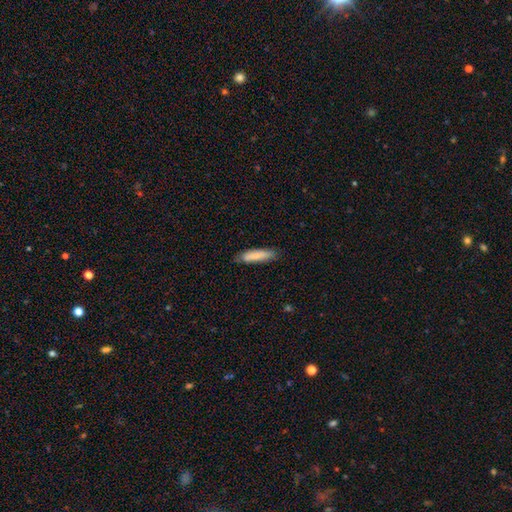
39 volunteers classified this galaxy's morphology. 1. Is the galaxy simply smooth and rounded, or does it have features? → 77% smooth, 15% featured or disk, 8% star or artifact.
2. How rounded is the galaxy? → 77% cigar-shaped, 20% in between, 3% round.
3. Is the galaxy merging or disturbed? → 92% none, 6% minor disturbance, 3% major disturbance, 0% merger.